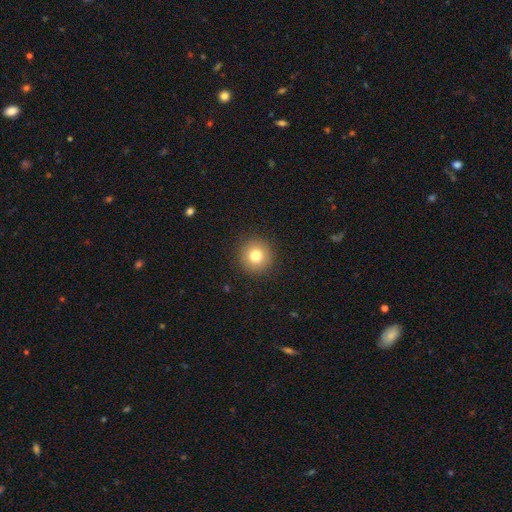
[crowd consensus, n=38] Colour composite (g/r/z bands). It shows a smooth galaxy with no disk features (84%) that is round (97%). Merging: none (94%).